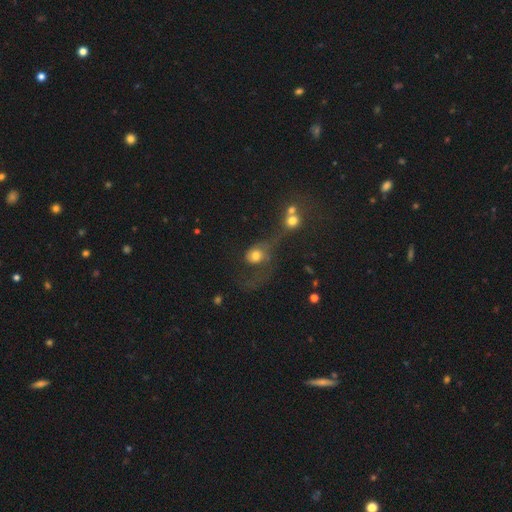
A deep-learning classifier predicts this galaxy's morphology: The model was most divided on "merging": major disturbance: 37%, merger: 33%, none: 18%, minor disturbance: 12%. More confident: how rounded — round (62%); smooth or featured — smooth (59%).